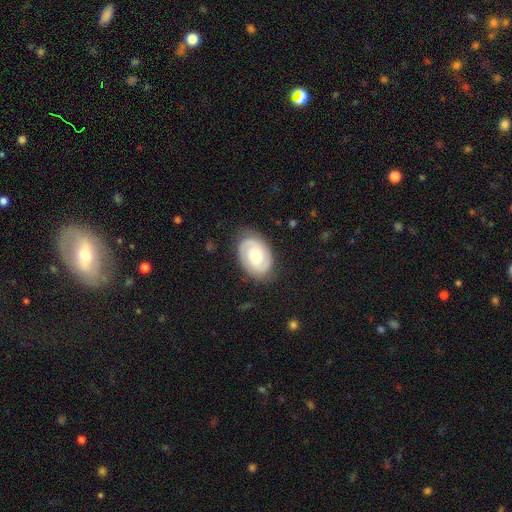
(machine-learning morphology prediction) smooth_or_featured: featured or disk (p=0.75) [alt: smooth p=0.20]
disk_edge_on: no (p=0.97) [alt: yes p=0.03]
bar: no (p=0.65) [alt: weak p=0.29]
has_spiral_arms: yes (p=0.92) [alt: no p=0.08]
spiral_winding: tight (p=0.55) [alt: medium p=0.36]
spiral_arm_count: 2 (p=0.85) [alt: can't tell p=0.08]
bulge_size: moderate (p=0.61) [alt: small p=0.24]
merging: none (p=0.81) [alt: minor disturbance p=0.14]